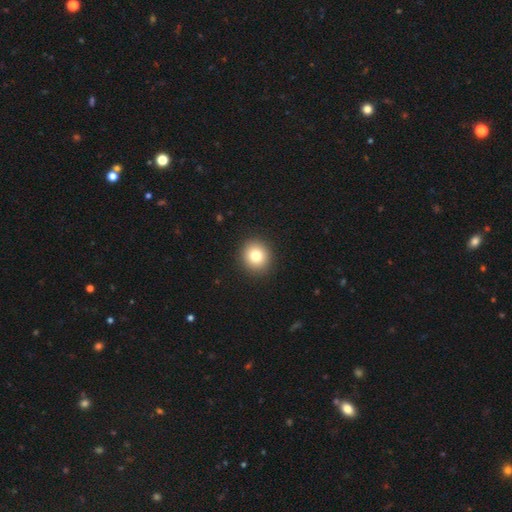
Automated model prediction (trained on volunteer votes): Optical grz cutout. It shows a smooth galaxy with no disk features (80%) that is round (88%). Merging: none (92%).